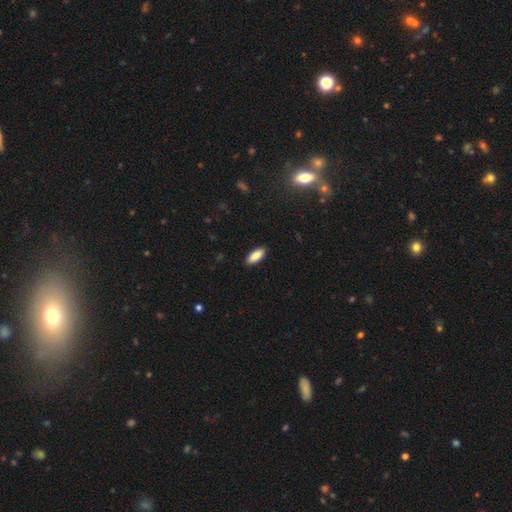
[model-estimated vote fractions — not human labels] A smooth galaxy with no disk features (88%) that is in between round and cigar-shaped (82%).

Vote fractions:
- Smooth or featured? smooth: 88% / star or artifact: 7% / featured or disk: 5%
- How rounded? in between: 82% / cigar-shaped: 16% / round: 2%
- Merging? none: 89% / minor disturbance: 8% / major disturbance: 2% / merger: 1%